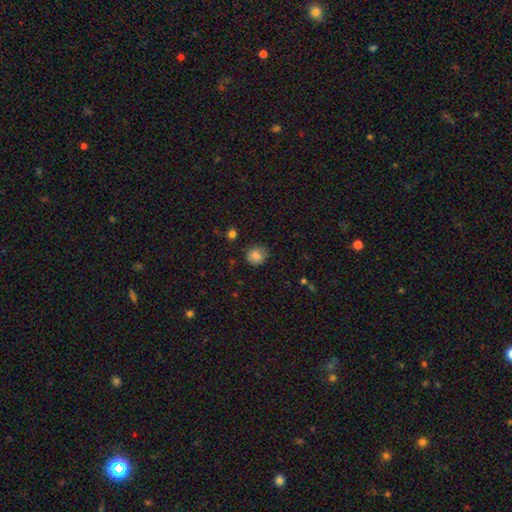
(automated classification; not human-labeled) Smooth or featured? Predicted: smooth (p=0.83). How rounded? Predicted: round (p=0.84). Merging? Predicted: none (p=0.82).